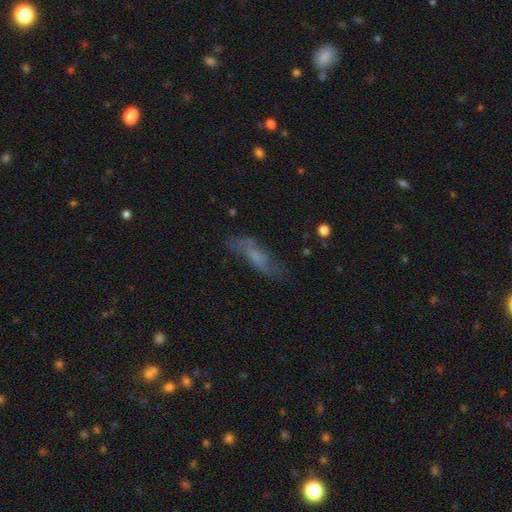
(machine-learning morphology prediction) smooth 46%, featured or disk 42%, star or artifact 12%. Down the decision tree: merging — none (58%).